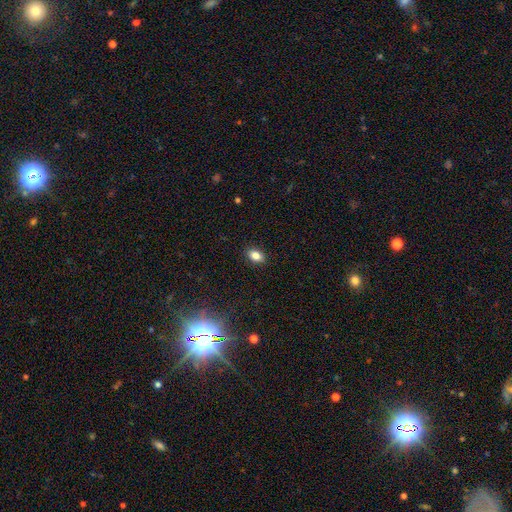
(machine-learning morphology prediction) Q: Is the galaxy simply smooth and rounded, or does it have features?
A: smooth — 83%.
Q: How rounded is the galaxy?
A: in between — 84%.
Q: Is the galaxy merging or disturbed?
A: none — 89%.